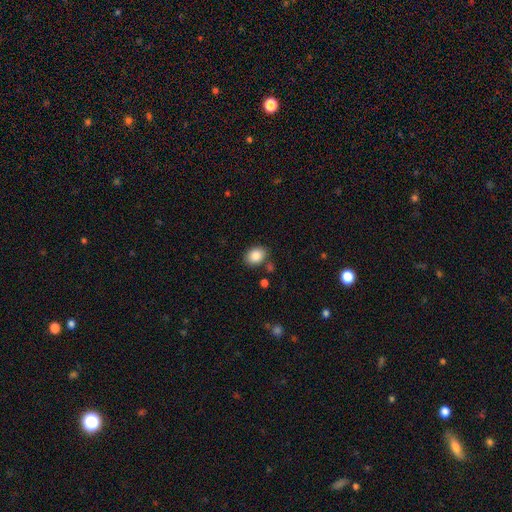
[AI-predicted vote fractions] A smooth galaxy with no disk features (86%) that is in between round and cigar-shaped (62%). Merging: none (81%).